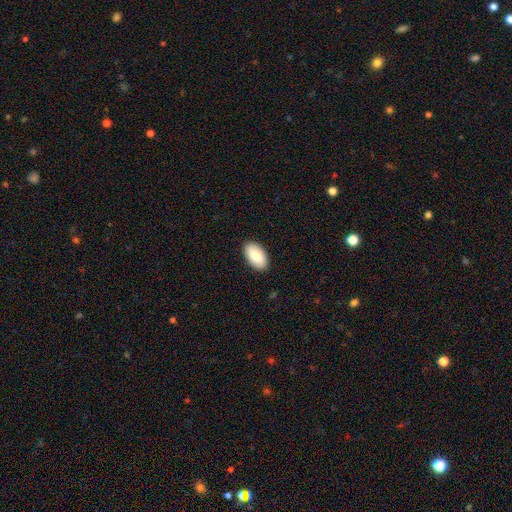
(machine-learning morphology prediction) smooth_or_featured: smooth (p=0.85) [alt: featured or disk p=0.09]
how_rounded: in between (p=0.96) [alt: round p=0.03]
merging: none (p=0.89) [alt: minor disturbance p=0.08]